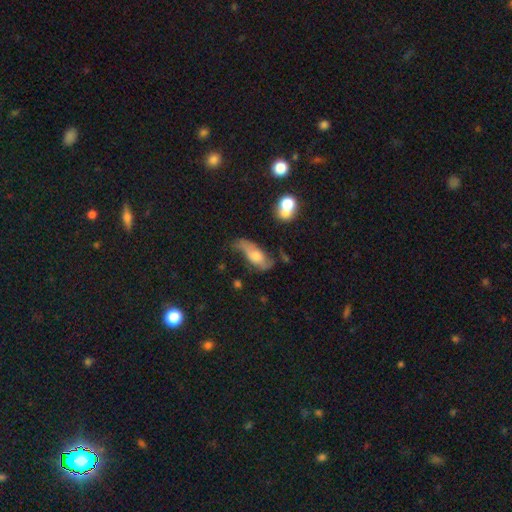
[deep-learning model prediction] This appears to be a smooth galaxy with no disk features (46%). Merging: none (37%).